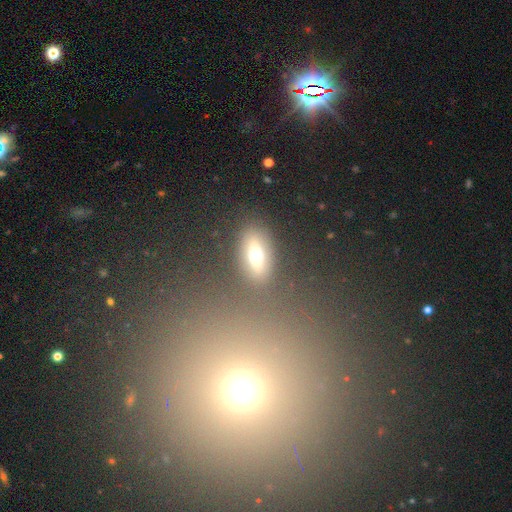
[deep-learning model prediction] Smooth or featured? smooth (62%)
How rounded? in between (74%)
Merging? none (84%)